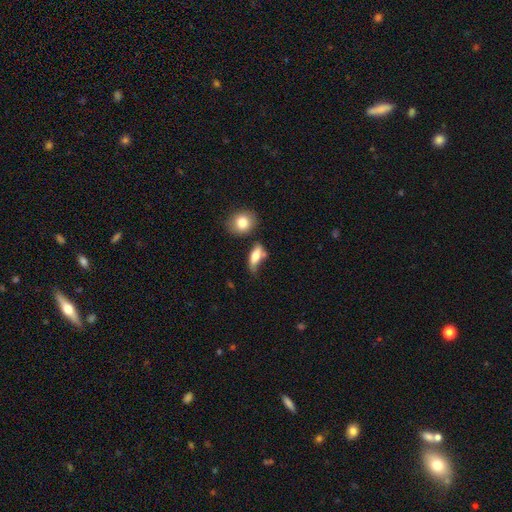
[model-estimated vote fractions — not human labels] Morphology: type=smooth (73%); roundness=in between (74%); merging=none (40%).